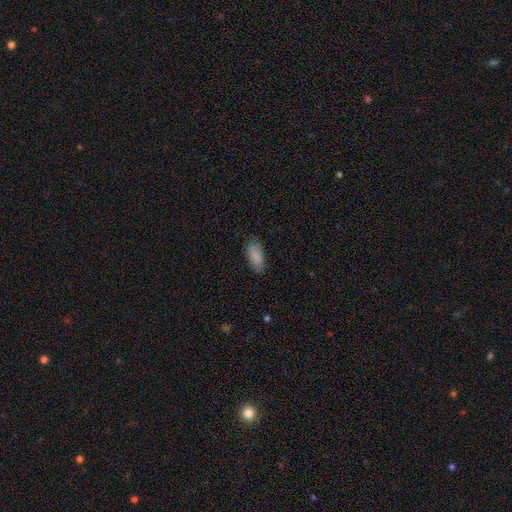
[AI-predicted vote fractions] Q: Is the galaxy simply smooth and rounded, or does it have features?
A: smooth — 87%.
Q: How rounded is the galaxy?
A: in between — 83%.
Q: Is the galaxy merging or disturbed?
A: none — 83%.